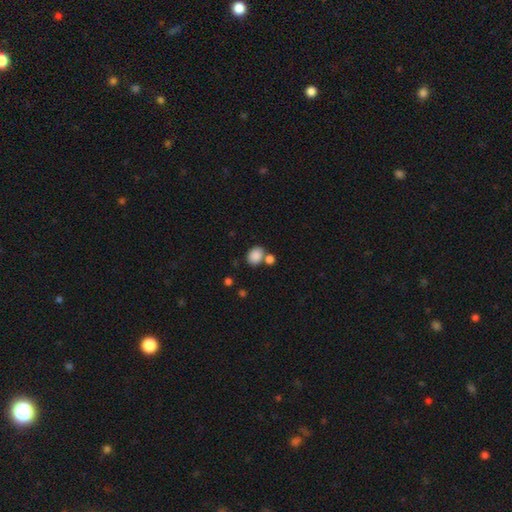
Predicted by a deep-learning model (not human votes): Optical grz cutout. It shows a smooth galaxy with no disk features (87%) that is in between round and cigar-shaped (59%). Merging: none (60%).